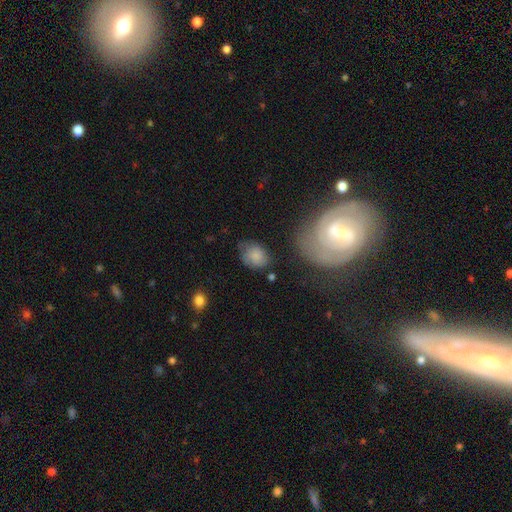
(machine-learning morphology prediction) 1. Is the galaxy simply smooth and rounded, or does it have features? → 78% smooth, 13% featured or disk, 9% star or artifact.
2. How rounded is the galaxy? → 59% in between, 40% round, 1% cigar-shaped.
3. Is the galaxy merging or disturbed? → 58% none, 27% minor disturbance, 9% major disturbance, 5% merger.